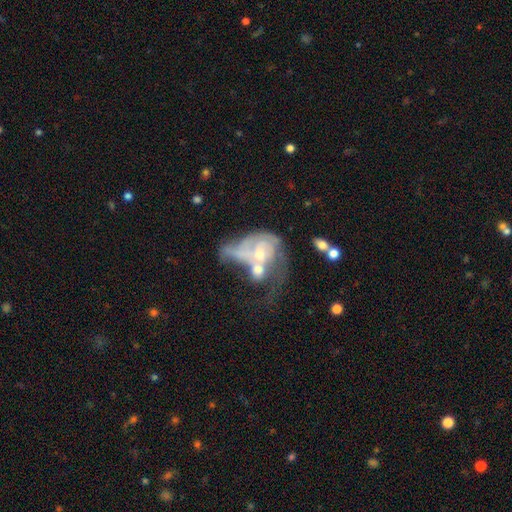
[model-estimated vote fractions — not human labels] A featured or disk galaxy (69%) with no bar (71%), spiral arms (64%) and a moderate central bulge (50%).

Vote fractions:
- Smooth or featured? featured or disk: 69% / smooth: 22% / star or artifact: 9%
- Edge-on disk? no: 95% / yes: 5%
- Bar? no: 71% / weak: 23% / strong: 6%
- Spiral arms? yes: 64% / no: 36%
- Bulge size? moderate: 50% / small: 38% / none: 6% / large: 5% / dominant: 2%
- Merging? merger: 60% / major disturbance: 22% / none: 11% / minor disturbance: 7%